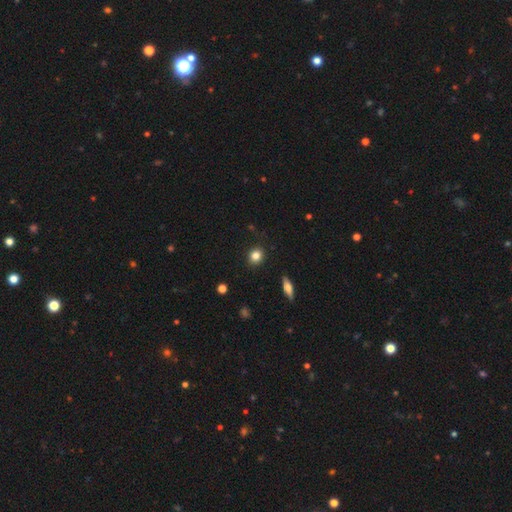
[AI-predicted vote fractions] Smooth or featured? Predicted: smooth (p=0.84). How rounded? Predicted: round (p=0.76). Merging? Predicted: none (p=0.89).